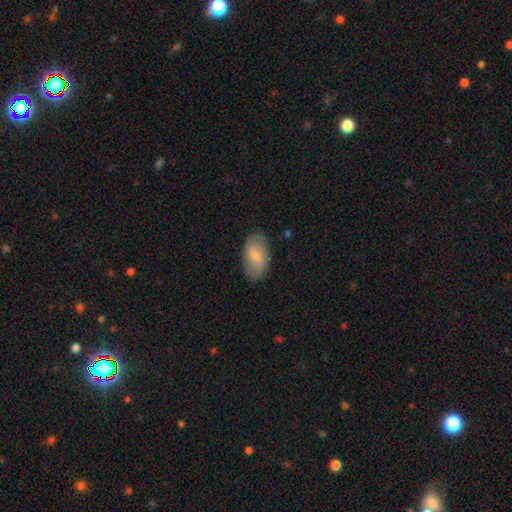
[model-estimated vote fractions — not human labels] Smooth or featured? smooth (67%)
How rounded? in between (93%)
Merging? none (82%)